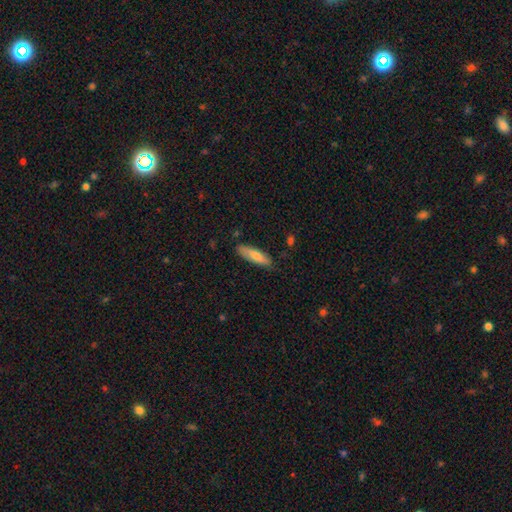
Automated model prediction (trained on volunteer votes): Overall: smooth (79%). How rounded: cigar-shaped (57%; in between 41%). Merging: none (80%).